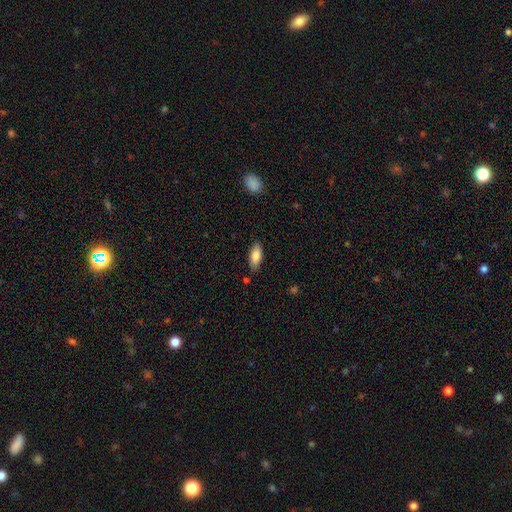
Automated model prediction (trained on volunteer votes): The model was most divided on "how rounded": in between: 82%, cigar-shaped: 16%, round: 2%. More confident: smooth or featured — smooth (84%); merging — none (83%).